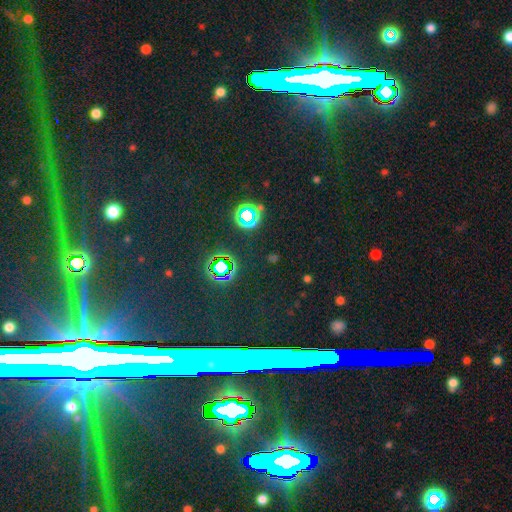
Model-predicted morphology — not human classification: This appears to be a star or artifact, not a galaxy (81%).